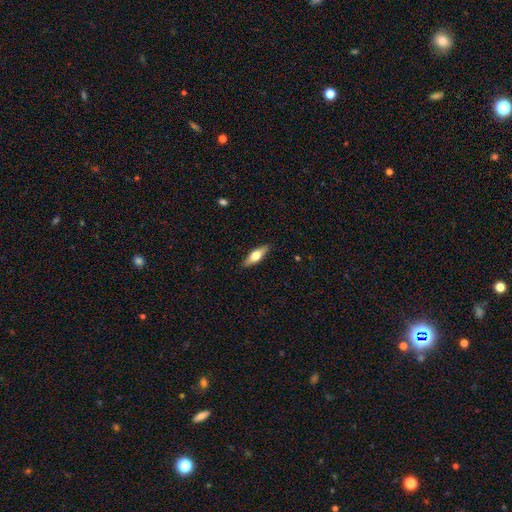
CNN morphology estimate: Q: Smooth or featured?
A: smooth (54%); runner-up: featured or disk (40%)
Q: How rounded?
A: cigar-shaped (50%); runner-up: in between (48%)
Q: Merging?
A: none (88%); runner-up: minor disturbance (9%)